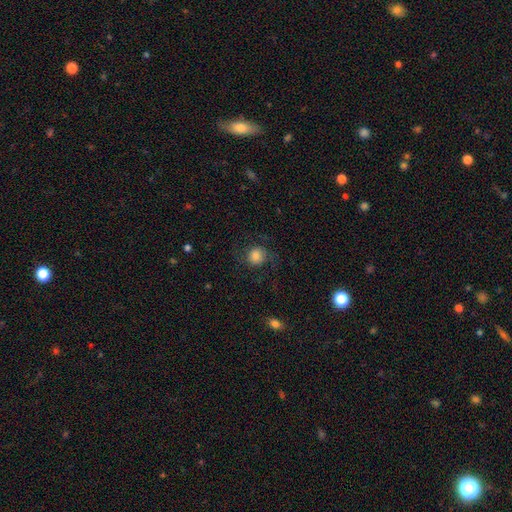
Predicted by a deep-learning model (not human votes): Overall: smooth (61%; featured or disk 29%). How rounded: round (86%). Merging: none (70%).